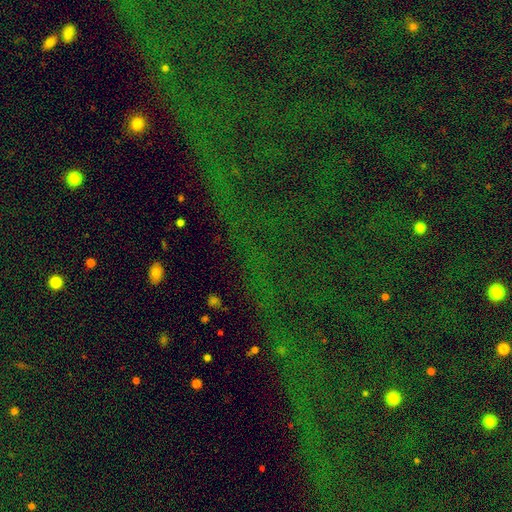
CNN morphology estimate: star or artifact 84%, smooth 8%, featured or disk 8%.